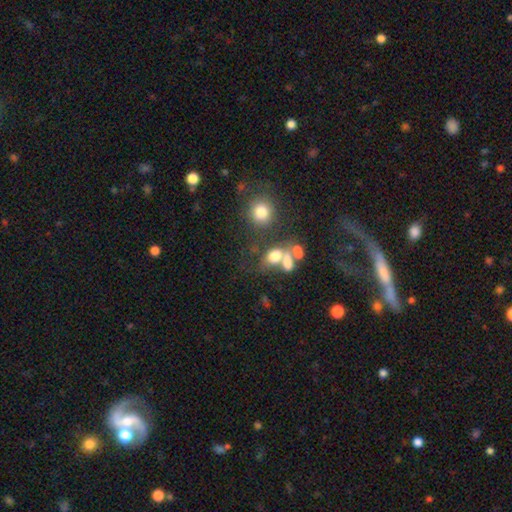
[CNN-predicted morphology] smooth 49%, star or artifact 29%, featured or disk 21%. Down the decision tree: merging — none (58%).